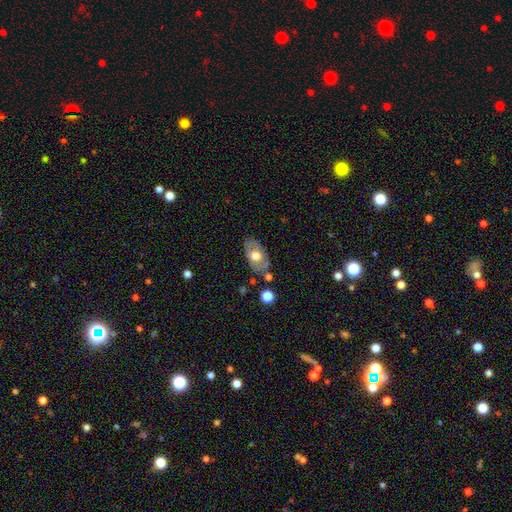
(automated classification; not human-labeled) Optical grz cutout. It shows a smooth galaxy with no disk features (48%). Merging: none (74%).